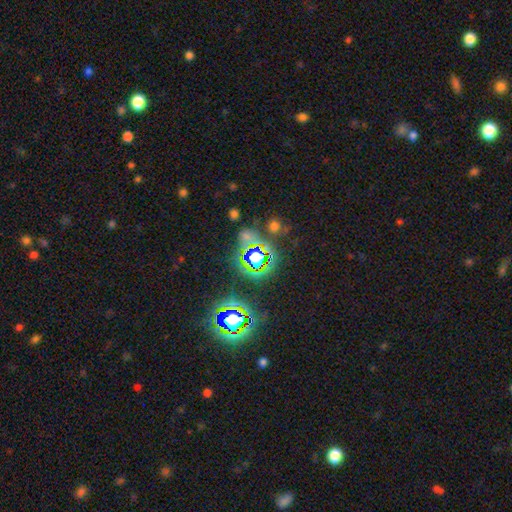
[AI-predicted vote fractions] A star or artifact, not a galaxy (74%).

Vote fractions:
- Smooth or featured? star or artifact: 74% / smooth: 16% / featured or disk: 11%